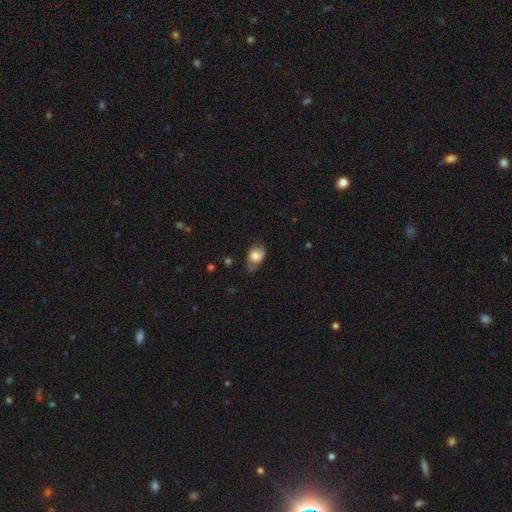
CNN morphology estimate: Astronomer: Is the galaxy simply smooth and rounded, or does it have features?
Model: smooth — 75%.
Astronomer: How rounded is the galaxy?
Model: in between — 75%.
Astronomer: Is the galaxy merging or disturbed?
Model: none — 54% (runner-up: minor disturbance, 34%).